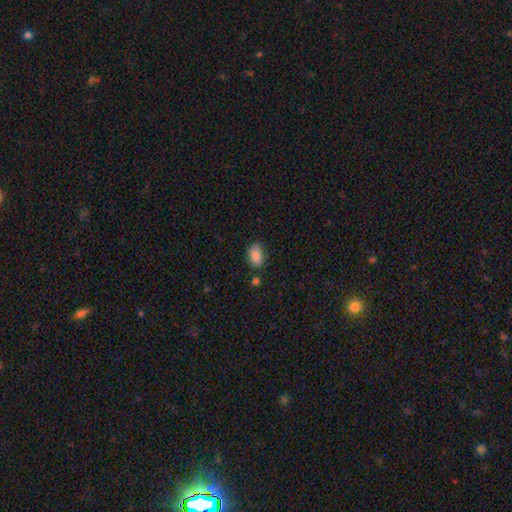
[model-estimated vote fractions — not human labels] This appears to be a smooth galaxy with no disk features (85%) that is in between round and cigar-shaped (87%). Merging: none (77%).